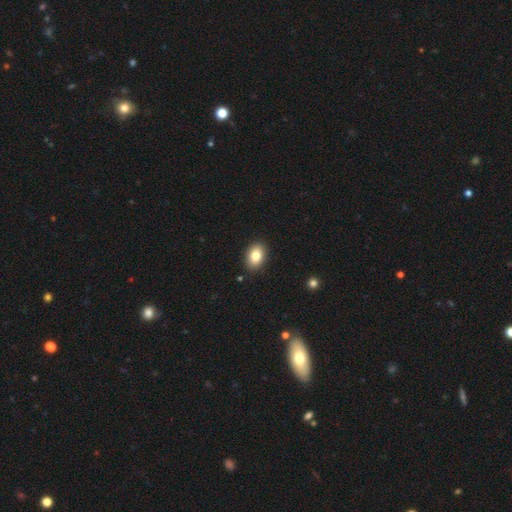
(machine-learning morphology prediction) type=smooth (83%); roundness=in between (82%); merging=none (88%).